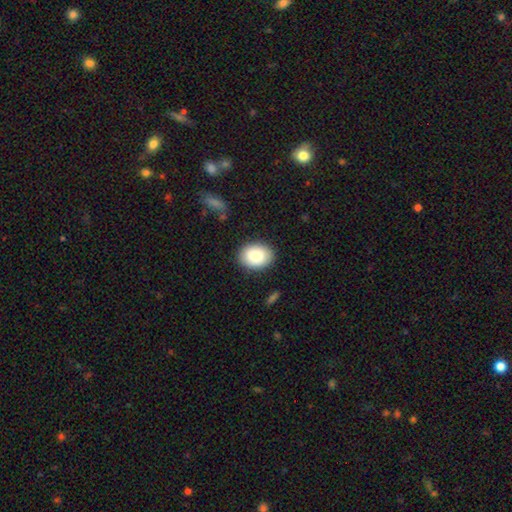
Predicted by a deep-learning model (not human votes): Smooth or featured?
  - smooth: 83% *
  - featured or disk: 10%
  - star or artifact: 7%
How rounded?
  - in between: 65% *
  - round: 34%
  - cigar-shaped: 1%
Merging?
  - none: 87% *
  - minor disturbance: 10%
  - major disturbance: 2%
  - merger: 1%